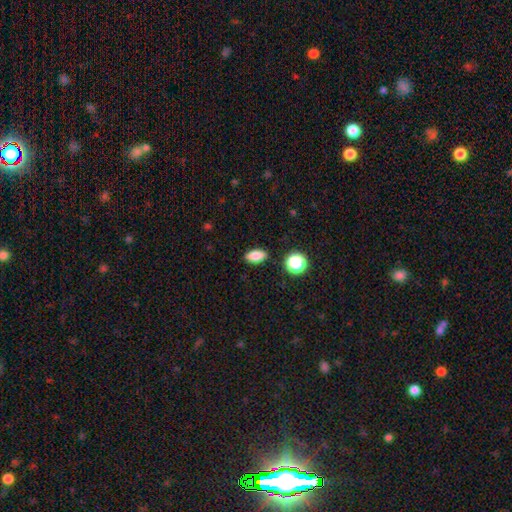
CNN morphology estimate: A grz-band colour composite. It shows a smooth galaxy with no disk features (82%) that is in between round and cigar-shaped (82%). Merging: none (88%).